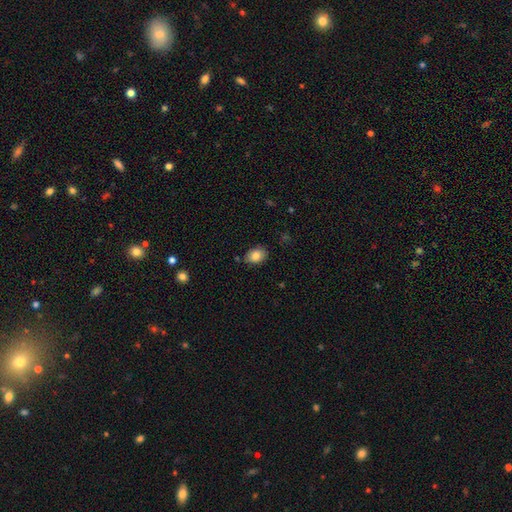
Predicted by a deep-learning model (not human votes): smooth_or_featured: smooth (p=0.83) [alt: featured or disk p=0.08]
how_rounded: in between (p=0.76) [alt: round p=0.23]
merging: none (p=0.81) [alt: minor disturbance p=0.14]